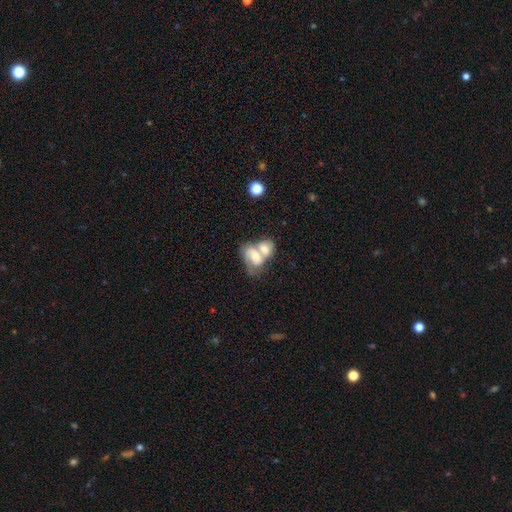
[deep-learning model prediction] Q: Smooth or featured?
A: smooth (50%); runner-up: featured or disk (42%)
Q: Merging?
A: merger (76%); runner-up: none (10%)